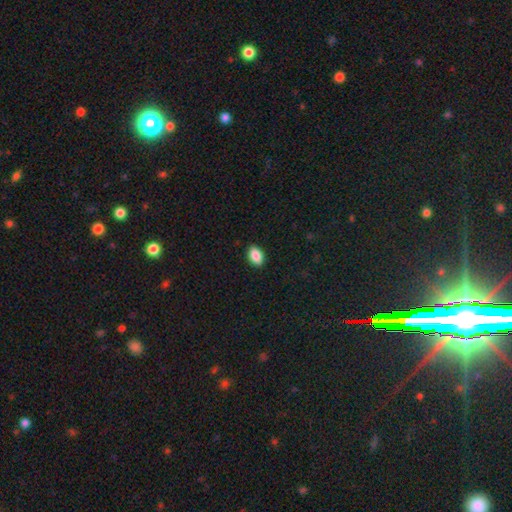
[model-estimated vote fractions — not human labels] This appears to be a smooth galaxy with no disk features (88%) that is in between round and cigar-shaped (87%). Merging: none (90%).